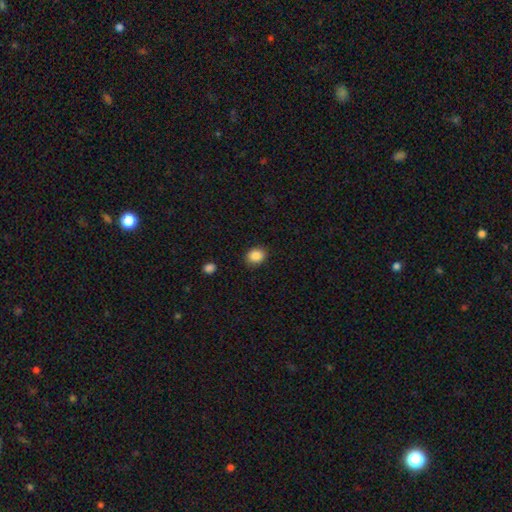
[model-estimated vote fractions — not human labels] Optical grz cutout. It shows a smooth galaxy with no disk features (88%) that is round (55%). Merging: none (86%).